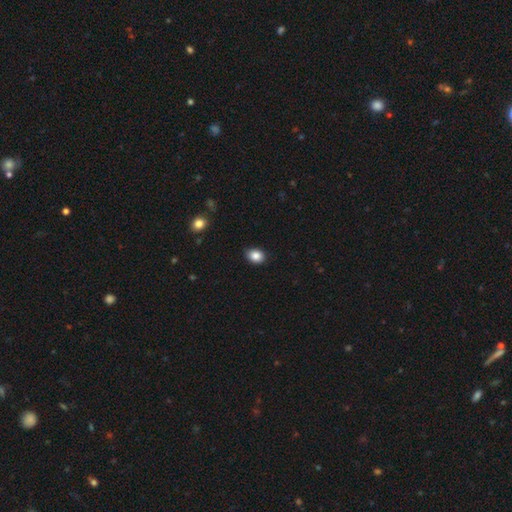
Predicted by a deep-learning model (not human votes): A smooth galaxy with no disk features (87%) that is in between round and cigar-shaped (60%). Merging: none (88%).